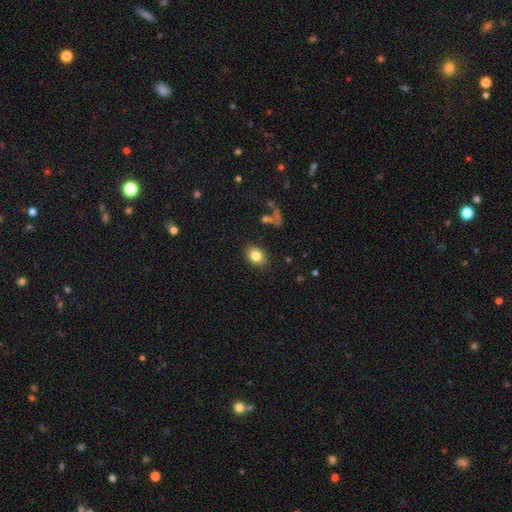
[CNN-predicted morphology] smooth_or_featured: smooth (p=0.82) [alt: star or artifact p=0.09]
how_rounded: in between (p=0.68) [alt: round p=0.30]
merging: none (p=0.86) [alt: minor disturbance p=0.09]